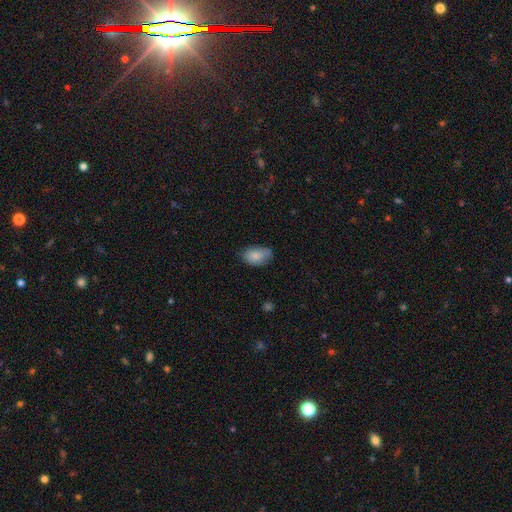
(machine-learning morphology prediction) Smooth or featured? smooth (83%)
How rounded? in between (90%)
Merging? none (66%)